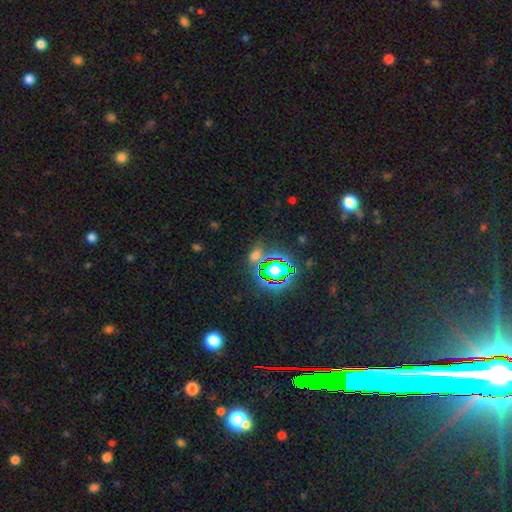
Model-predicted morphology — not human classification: Smooth or featured: star or artifact — 54% (smooth — 37%)